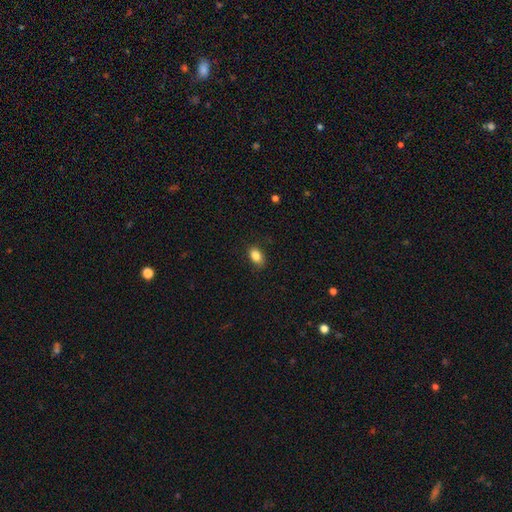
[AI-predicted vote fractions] Q: Smooth or featured?
A: smooth (85%); runner-up: star or artifact (9%)
Q: How rounded?
A: in between (85%); runner-up: round (13%)
Q: Merging?
A: none (84%); runner-up: minor disturbance (12%)